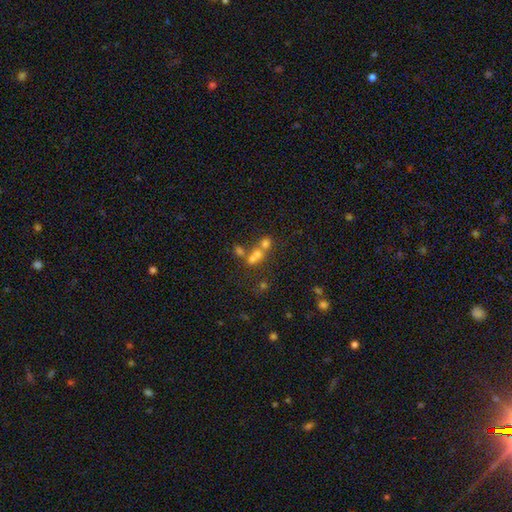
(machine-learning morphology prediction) Smooth or featured: smooth — 53% (star or artifact — 23%)
How rounded: round — 72% (in between — 26%)
Merging: merger — 54% (none — 34%)